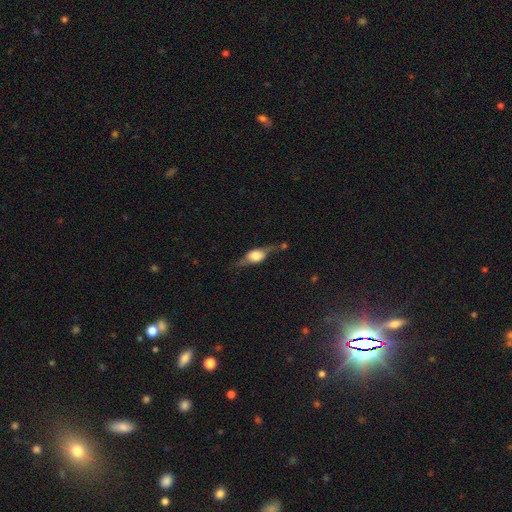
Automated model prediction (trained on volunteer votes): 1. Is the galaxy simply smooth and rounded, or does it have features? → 63% featured or disk, 30% smooth, 7% star or artifact.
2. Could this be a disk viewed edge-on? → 87% yes, 13% no.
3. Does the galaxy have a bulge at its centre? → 87% rounded, 11% boxy, 2% none.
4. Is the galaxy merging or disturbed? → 59% none, 23% minor disturbance, 12% major disturbance, 5% merger.